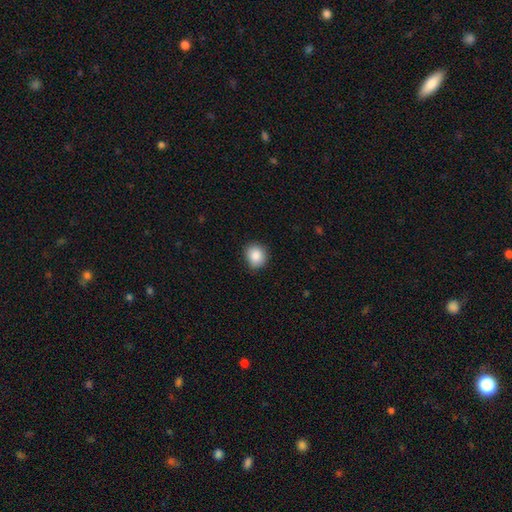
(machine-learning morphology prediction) smooth-or-featured: smooth: 86% | star or artifact: 9% | featured or disk: 5%
  how-rounded: round: 77% | in between: 22% | cigar-shaped: 1%
  merging: none: 83% | minor disturbance: 14% | major disturbance: 2% | merger: 1%